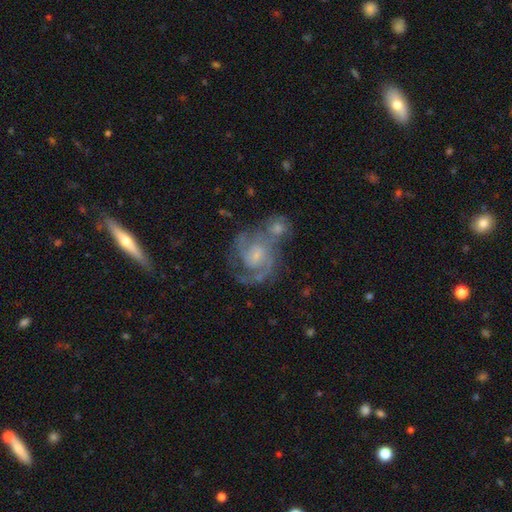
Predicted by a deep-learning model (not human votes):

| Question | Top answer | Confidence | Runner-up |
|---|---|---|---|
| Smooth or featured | featured or disk | 84% | smooth (9%) |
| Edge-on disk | no | 98% | yes (2%) |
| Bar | no | 57% | weak (36%) |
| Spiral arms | yes | 95% | no (5%) |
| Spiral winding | medium | 47% | tight (40%) |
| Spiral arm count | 2 | 53% | can't tell (17%) |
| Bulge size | small | 67% | moderate (20%) |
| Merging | merger | 38% | none (36%) |